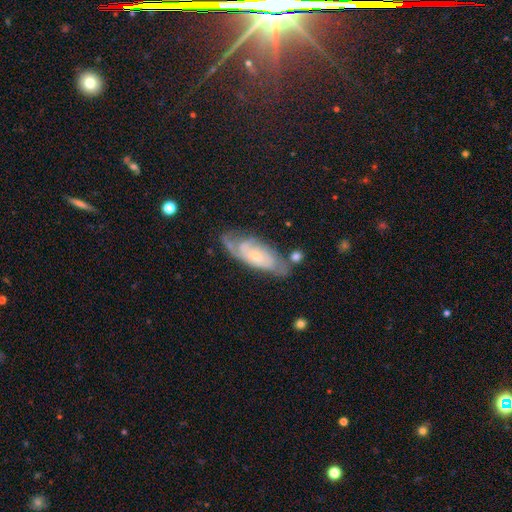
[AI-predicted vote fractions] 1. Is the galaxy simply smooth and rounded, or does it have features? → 73% featured or disk, 20% smooth, 7% star or artifact.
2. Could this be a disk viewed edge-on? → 89% no, 11% yes.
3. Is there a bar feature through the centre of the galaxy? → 67% no, 27% weak, 5% strong.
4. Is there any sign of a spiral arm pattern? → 91% yes, 9% no.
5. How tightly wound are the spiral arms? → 53% tight, 36% medium, 11% loose.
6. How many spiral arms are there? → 43% 2, 35% can't tell, 10% 3, 6% 1, 3% 4, 2% more than 4.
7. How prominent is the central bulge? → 68% small, 25% moderate, 3% none, 2% large, 1% dominant.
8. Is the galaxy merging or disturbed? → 59% none, 24% minor disturbance, 10% major disturbance, 6% merger.